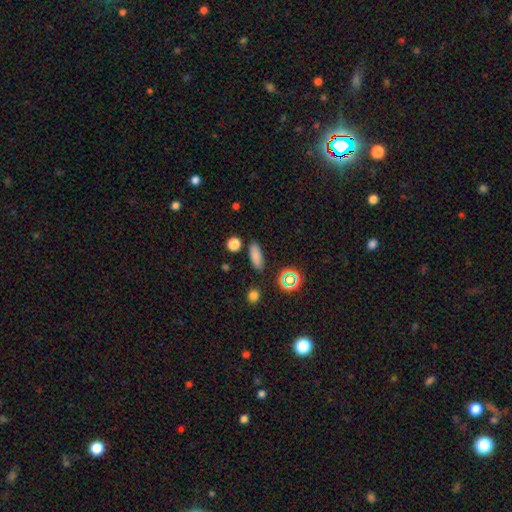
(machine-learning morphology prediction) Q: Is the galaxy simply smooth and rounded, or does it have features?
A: smooth — 80%.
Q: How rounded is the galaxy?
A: in between — 65%.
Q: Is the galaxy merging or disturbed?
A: none — 86%.